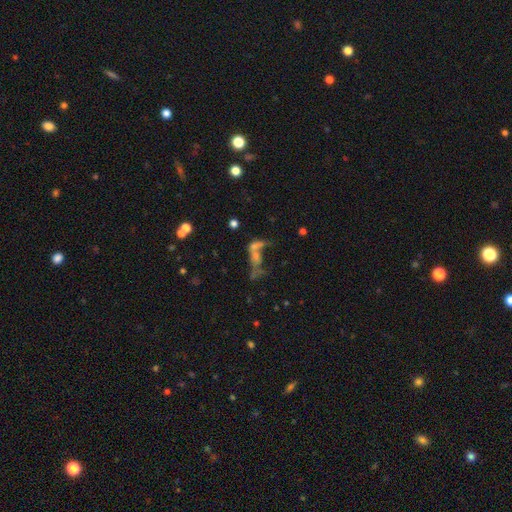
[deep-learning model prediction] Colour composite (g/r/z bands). It shows a featured or disk galaxy (40%). Merging: merger (46%).